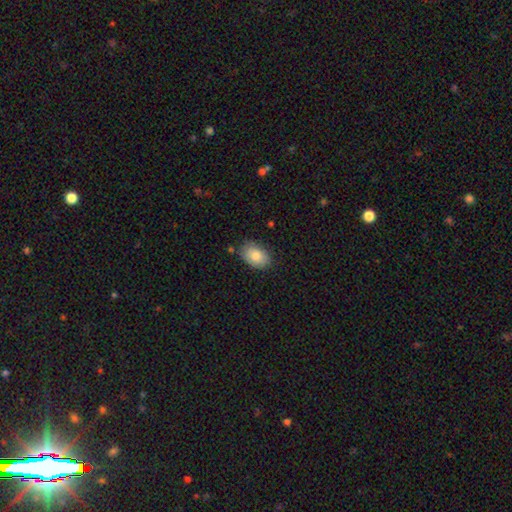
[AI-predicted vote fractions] smooth_or_featured: smooth (p=0.83) [alt: featured or disk p=0.10]
how_rounded: in between (p=0.85) [alt: round p=0.14]
merging: none (p=0.80) [alt: minor disturbance p=0.15]